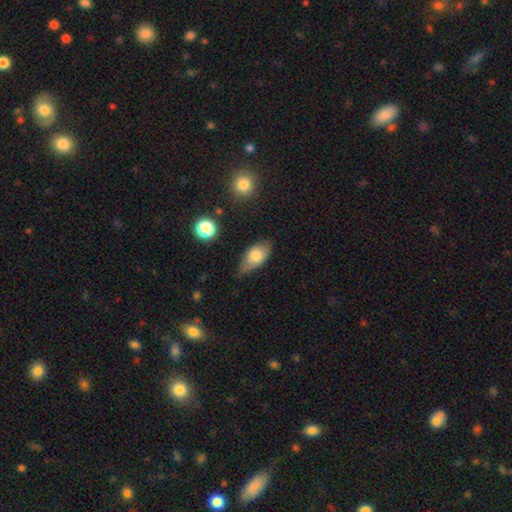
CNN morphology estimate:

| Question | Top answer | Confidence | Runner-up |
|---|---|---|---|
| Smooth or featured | smooth | 72% | featured or disk (20%) |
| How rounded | in between | 88% | round (7%) |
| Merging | none | 55% | minor disturbance (35%) |